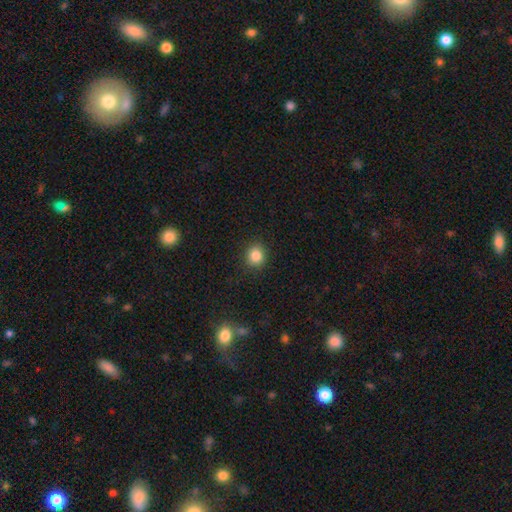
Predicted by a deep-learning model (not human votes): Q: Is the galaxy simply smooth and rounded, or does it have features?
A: smooth — 84%.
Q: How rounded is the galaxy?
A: round — 82%.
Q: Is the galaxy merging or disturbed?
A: none — 89%.